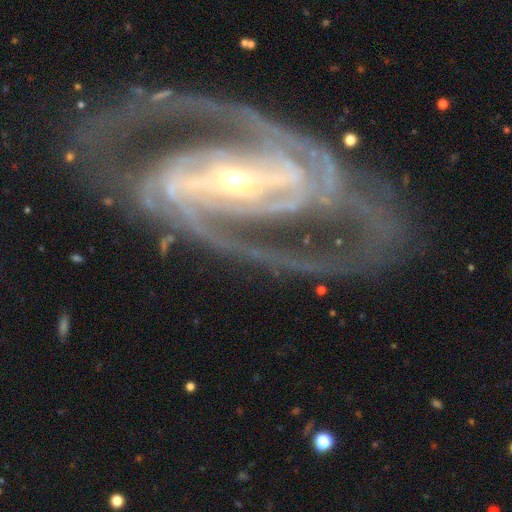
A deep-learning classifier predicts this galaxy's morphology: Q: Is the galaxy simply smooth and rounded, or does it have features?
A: featured or disk — 93%.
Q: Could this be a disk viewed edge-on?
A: no — 97%.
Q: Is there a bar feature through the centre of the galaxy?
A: strong — 67%.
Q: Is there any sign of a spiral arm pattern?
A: yes — 98%.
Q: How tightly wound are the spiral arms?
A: medium — 50%.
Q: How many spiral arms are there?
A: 2 — 56%.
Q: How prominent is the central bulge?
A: small — 70%.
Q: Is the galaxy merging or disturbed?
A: none — 61%.